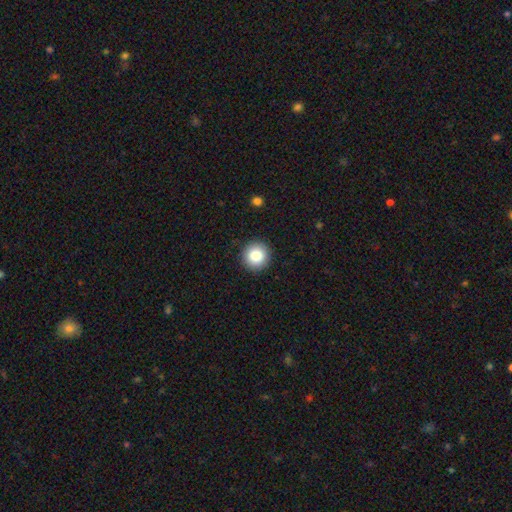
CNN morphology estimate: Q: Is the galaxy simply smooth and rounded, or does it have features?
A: smooth — 85%.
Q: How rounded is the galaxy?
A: round — 95%.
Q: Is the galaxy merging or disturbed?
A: none — 92%.